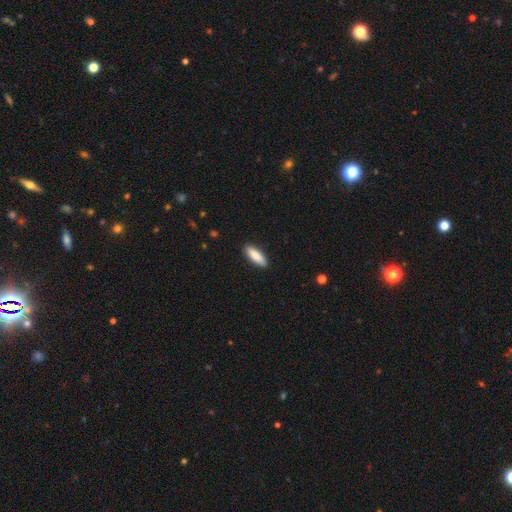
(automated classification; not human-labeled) Smooth or featured?
  - smooth: 88% *
  - featured or disk: 7%
  - star or artifact: 5%
How rounded?
  - in between: 61% *
  - cigar-shaped: 37%
  - round: 2%
Merging?
  - none: 89% *
  - minor disturbance: 8%
  - major disturbance: 2%
  - merger: 1%